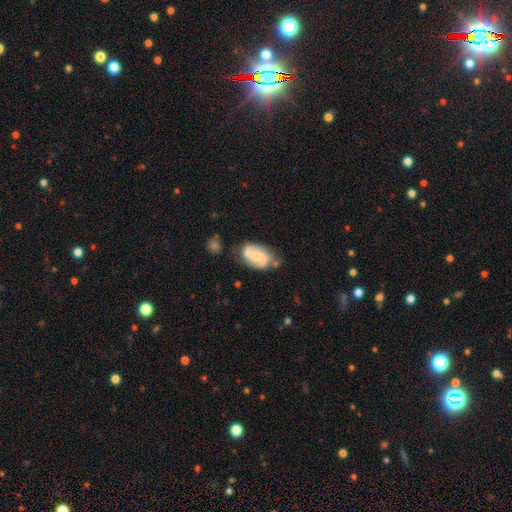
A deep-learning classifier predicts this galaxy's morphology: Overall: featured or disk (68%). Edge-on disk: no (97%). Bar: no (55%; weak 36%). Spiral arms: yes (87%). Spiral arm count: 2 (84%). Spiral winding: medium (49%; loose 29%). Bulge size: moderate (47%; small 38%). Merging: none (49%; minor disturbance 23%).